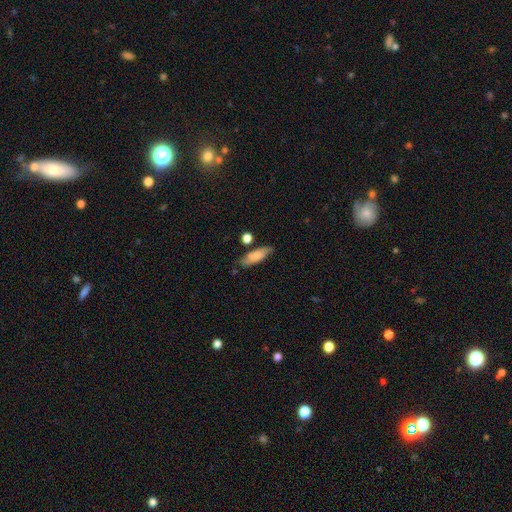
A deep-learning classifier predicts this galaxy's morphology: A smooth galaxy with no disk features (76%) that is in between round and cigar-shaped (49%).

Vote fractions:
- Smooth or featured? smooth: 76% / featured or disk: 17% / star or artifact: 7%
- How rounded? in between: 49% / cigar-shaped: 48% / round: 3%
- Merging? none: 74% / minor disturbance: 16% / merger: 6% / major disturbance: 4%